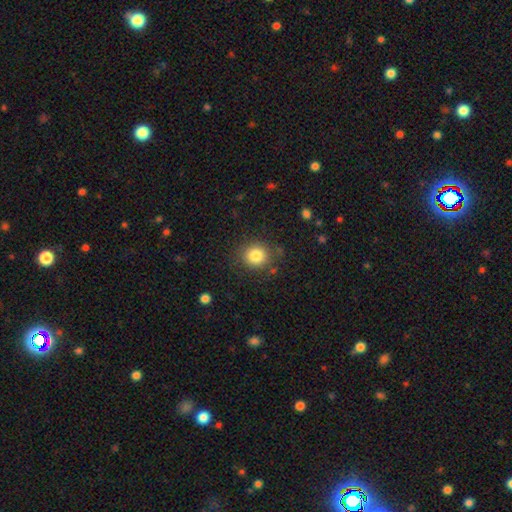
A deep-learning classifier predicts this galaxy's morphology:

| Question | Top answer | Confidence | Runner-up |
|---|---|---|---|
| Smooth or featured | smooth | 83% | star or artifact (11%) |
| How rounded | round | 85% | in between (14%) |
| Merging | none | 84% | minor disturbance (10%) |